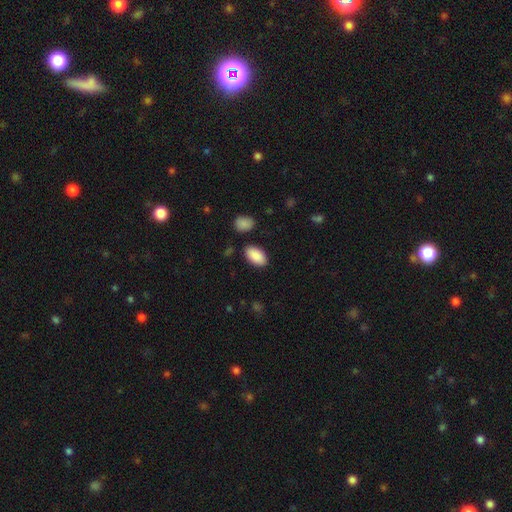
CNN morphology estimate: Smooth or featured? Predicted: smooth (p=0.90). How rounded? Predicted: in between (p=0.95). Merging? Predicted: none (p=0.86).